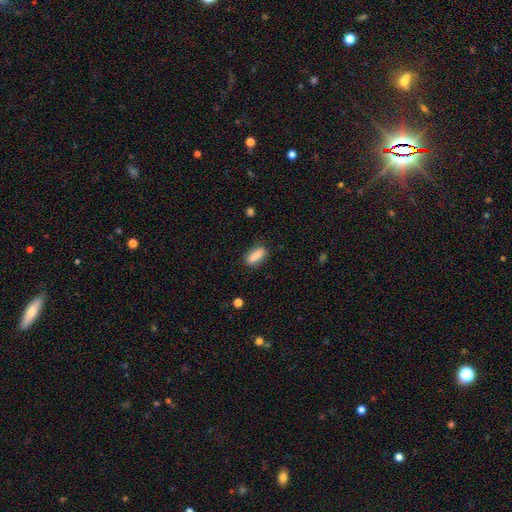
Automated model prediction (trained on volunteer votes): smooth-or-featured: smooth: 85% | star or artifact: 7% | featured or disk: 7%
  how-rounded: in between: 62% | cigar-shaped: 34% | round: 3%
  merging: none: 83% | minor disturbance: 12% | major disturbance: 3% | merger: 2%